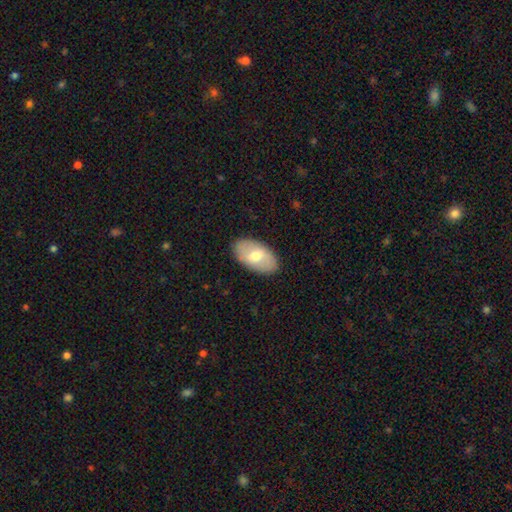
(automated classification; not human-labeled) A smooth galaxy with no disk features (61%) that is in between round and cigar-shaped (94%).

Vote fractions:
- Smooth or featured? smooth: 61% / featured or disk: 33% / star or artifact: 6%
- How rounded? in between: 94% / round: 4% / cigar-shaped: 2%
- Merging? none: 87% / minor disturbance: 9% / major disturbance: 2% / merger: 1%